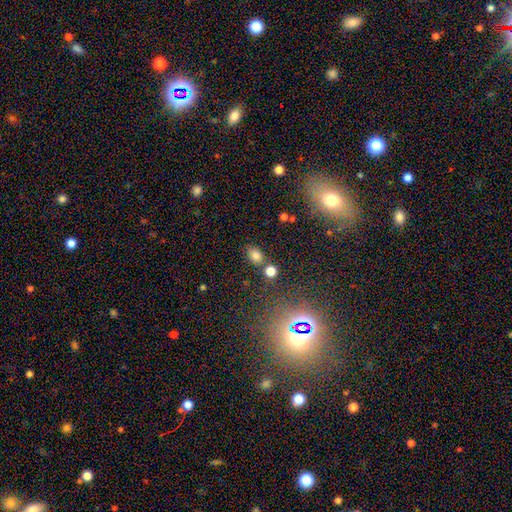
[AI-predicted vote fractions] A smooth galaxy with no disk features (77%) that is in between round and cigar-shaped (60%).

Vote fractions:
- Smooth or featured? smooth: 77% / star or artifact: 16% / featured or disk: 6%
- How rounded? in between: 60% / round: 39% / cigar-shaped: 1%
- Merging? none: 75% / minor disturbance: 11% / merger: 11% / major disturbance: 4%